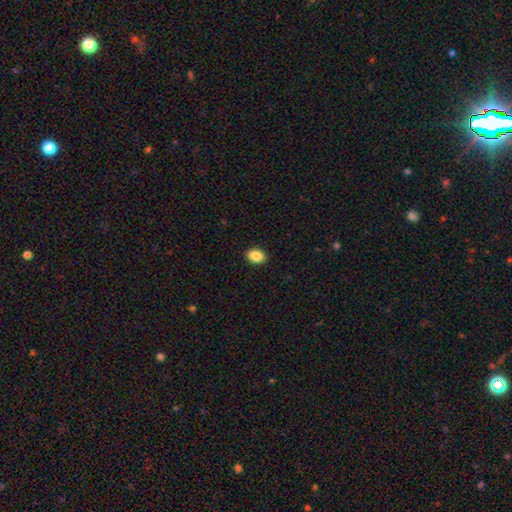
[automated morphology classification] type=smooth (88%); roundness=in between (70%); merging=none (91%).